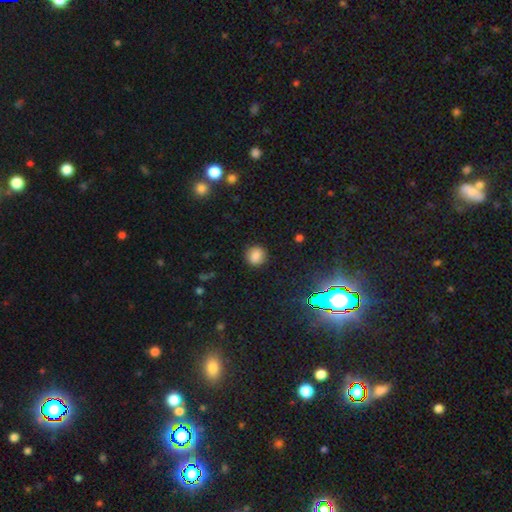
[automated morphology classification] smooth-or-featured: smooth: 82% | star or artifact: 12% | featured or disk: 6%
  how-rounded: round: 78% | in between: 21% | cigar-shaped: 1%
  merging: none: 86% | minor disturbance: 10% | major disturbance: 3% | merger: 1%